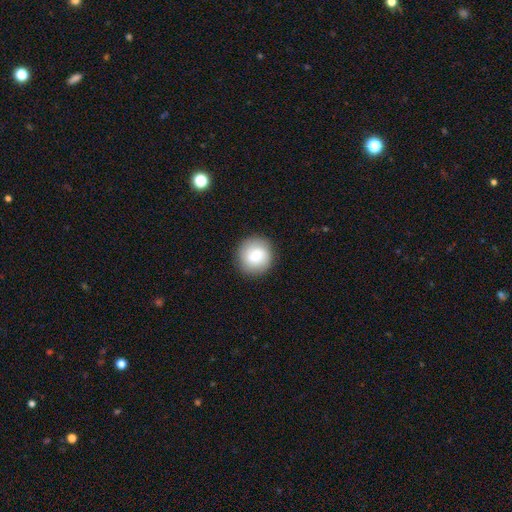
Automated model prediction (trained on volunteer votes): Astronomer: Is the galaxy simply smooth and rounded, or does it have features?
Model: smooth — 76%.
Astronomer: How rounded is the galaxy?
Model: round — 92%.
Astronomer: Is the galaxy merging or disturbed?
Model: none — 88%.